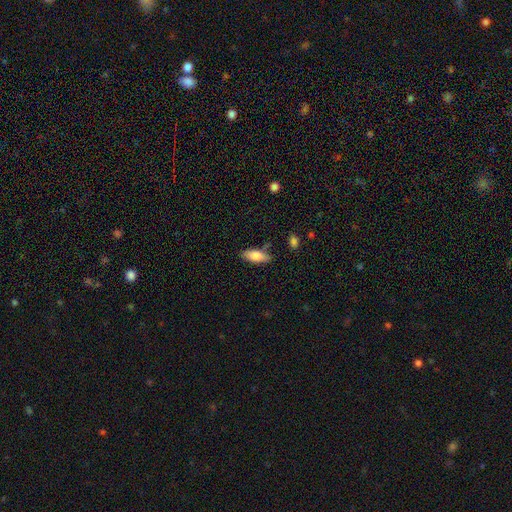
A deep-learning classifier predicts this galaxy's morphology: smooth-or-featured: smooth: 79% | featured or disk: 14% | star or artifact: 6%
  how-rounded: in between: 76% | cigar-shaped: 22% | round: 2%
  merging: none: 76% | minor disturbance: 16% | merger: 4% | major disturbance: 3%